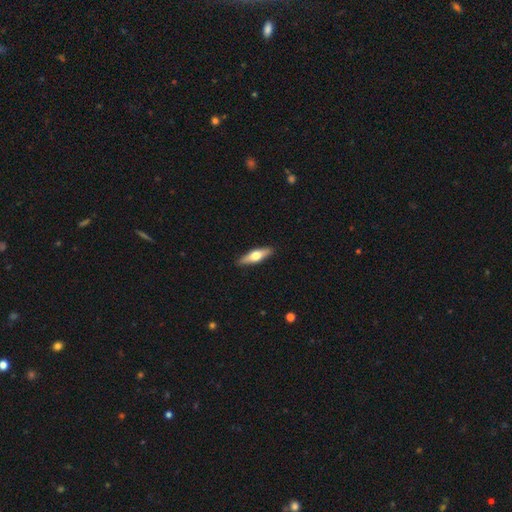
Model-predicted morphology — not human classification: This appears to be a smooth galaxy with no disk features (49%). Merging: none (90%).